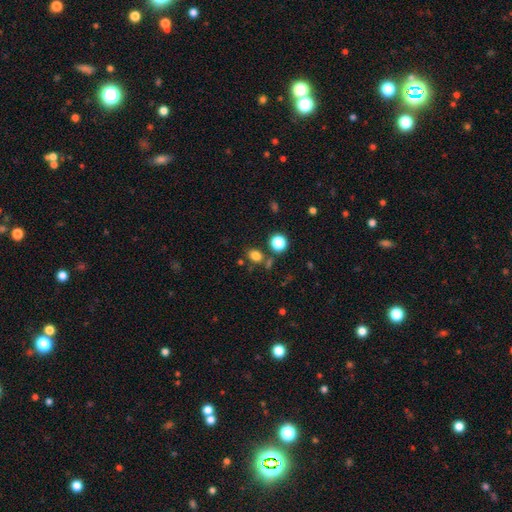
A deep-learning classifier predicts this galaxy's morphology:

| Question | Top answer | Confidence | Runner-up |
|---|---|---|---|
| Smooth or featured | smooth | 78% | star or artifact (16%) |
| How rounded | in between | 53% | round (46%) |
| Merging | none | 73% | merger (12%) |